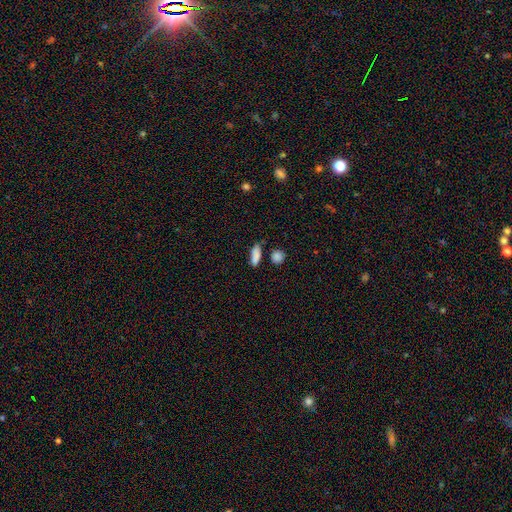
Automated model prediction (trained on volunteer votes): A smooth galaxy with no disk features (84%) that is in between round and cigar-shaped (58%).

Vote fractions:
- Smooth or featured? smooth: 84% / star or artifact: 9% / featured or disk: 7%
- How rounded? in between: 58% / cigar-shaped: 37% / round: 5%
- Merging? none: 69% / minor disturbance: 17% / merger: 9% / major disturbance: 4%